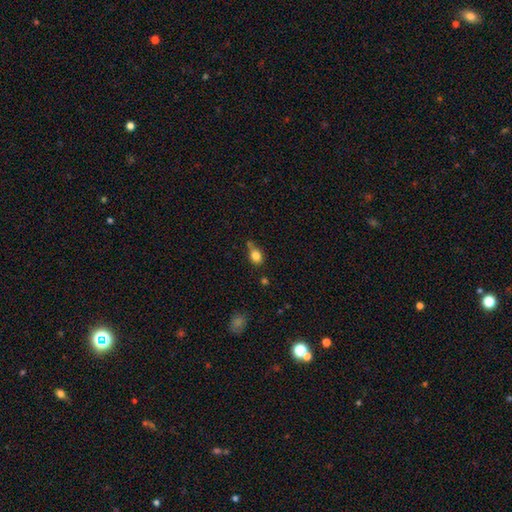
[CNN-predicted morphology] smooth-or-featured: smooth: 81% | star or artifact: 10% | featured or disk: 9%
  how-rounded: in between: 55% | round: 42% | cigar-shaped: 2%
  merging: none: 50% | minor disturbance: 30% | merger: 12% | major disturbance: 8%